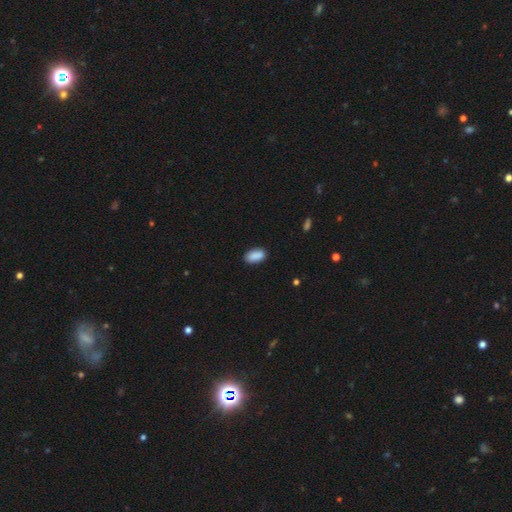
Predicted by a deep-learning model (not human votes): smooth-or-featured: smooth: 89% | star or artifact: 7% | featured or disk: 4%
  how-rounded: in between: 92% | cigar-shaped: 4% | round: 4%
  merging: none: 86% | minor disturbance: 10% | major disturbance: 2% | merger: 1%